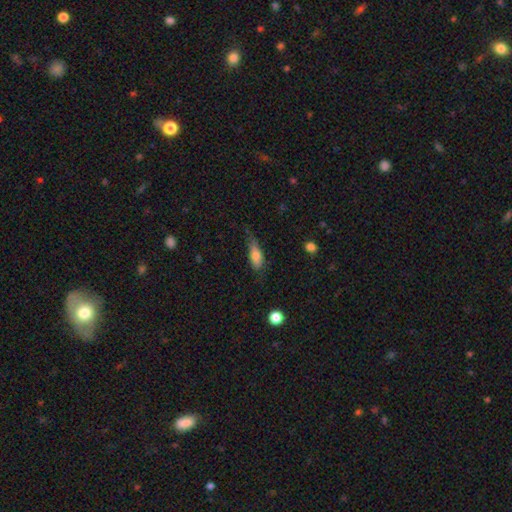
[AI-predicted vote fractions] Smooth or featured? Predicted: smooth (p=0.71). How rounded? Predicted: in between (p=0.66). Merging? Predicted: none (p=0.49).